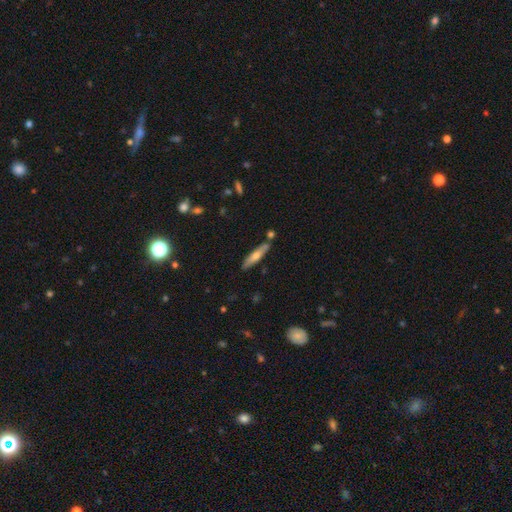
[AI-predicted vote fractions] smooth-or-featured: smooth: 51% | featured or disk: 42% | star or artifact: 7%
  how-rounded: cigar-shaped: 83% | in between: 15% | round: 2%
  merging: none: 81% | minor disturbance: 11% | merger: 6% | major disturbance: 2%